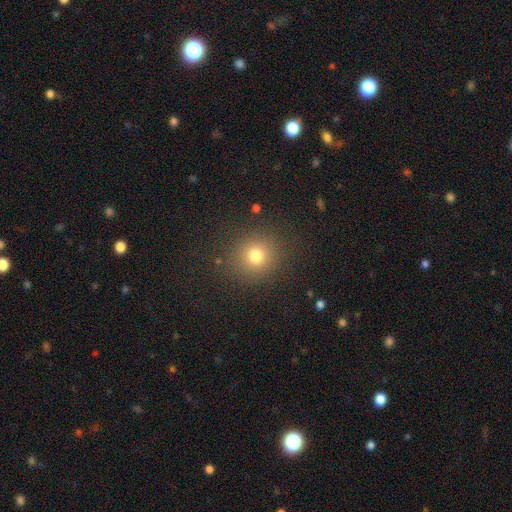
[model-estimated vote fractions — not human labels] This appears to be a smooth galaxy with no disk features (76%) that is round (87%). Merging: none (87%).